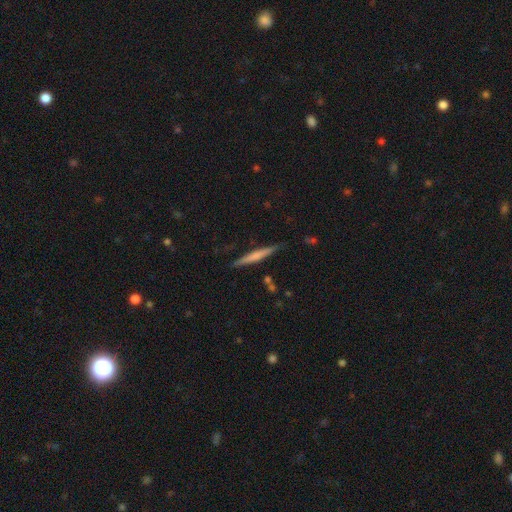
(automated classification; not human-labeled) smooth 49%, featured or disk 45%, star or artifact 6%. Down the decision tree: merging — none (86%).